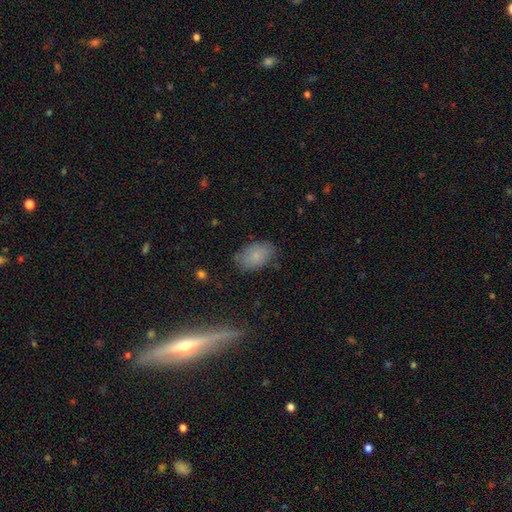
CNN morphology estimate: type=smooth (79%); roundness=in between (89%); merging=none (76%).